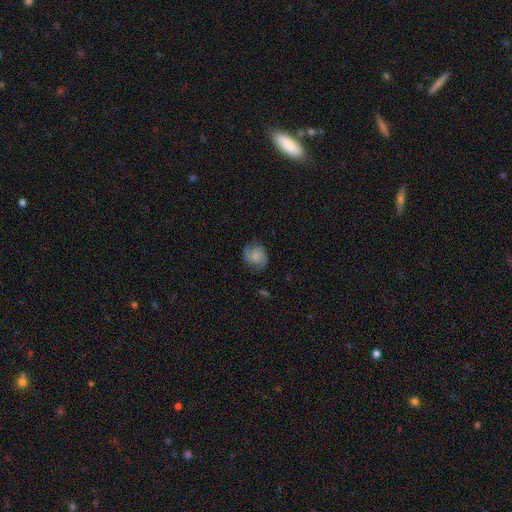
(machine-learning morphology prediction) Overall: smooth (55%; featured or disk 36%). How rounded: round (69%; in between 30%). Merging: none (68%).